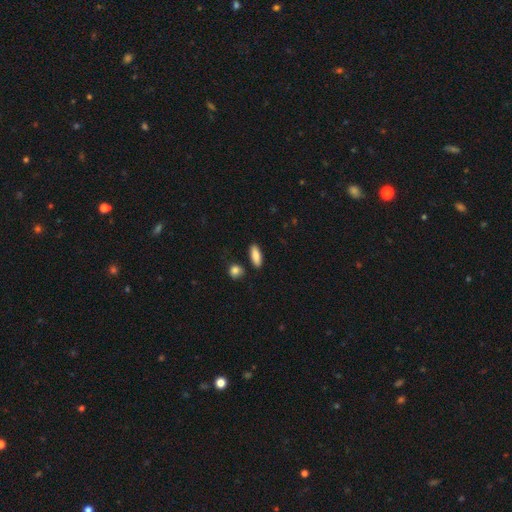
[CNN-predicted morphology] Q: Smooth or featured?
A: smooth (85%); runner-up: featured or disk (9%)
Q: How rounded?
A: in between (70%); runner-up: cigar-shaped (27%)
Q: Merging?
A: none (85%); runner-up: minor disturbance (9%)